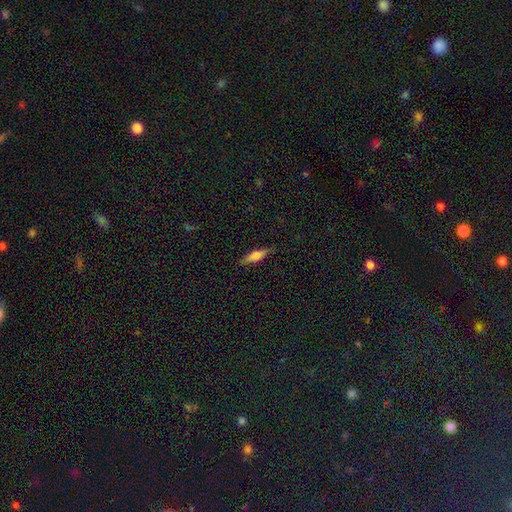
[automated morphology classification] Smooth or featured: smooth — 64% (featured or disk — 28%)
How rounded: cigar-shaped — 62% (in between — 36%)
Merging: none — 84% (minor disturbance — 12%)